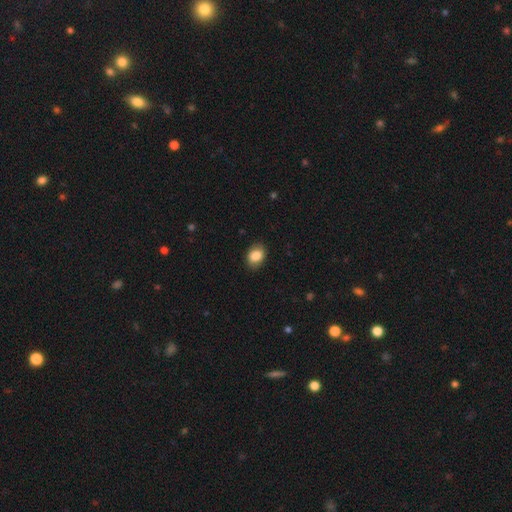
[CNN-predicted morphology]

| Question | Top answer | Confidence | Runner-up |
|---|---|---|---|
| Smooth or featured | smooth | 85% | star or artifact (8%) |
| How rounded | in between | 65% | round (34%) |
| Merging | none | 84% | minor disturbance (12%) |